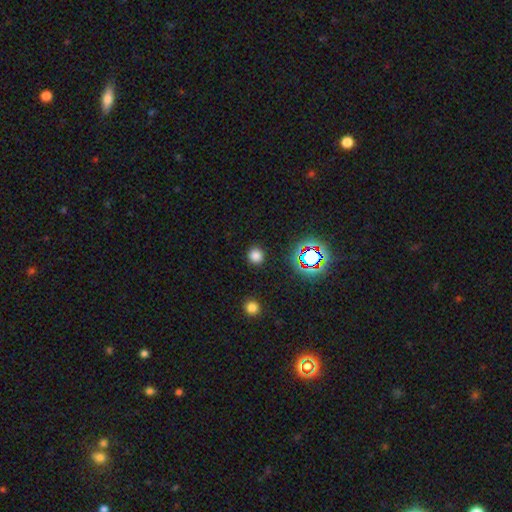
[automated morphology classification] Overall: smooth (76%). How rounded: round (92%). Merging: none (90%).